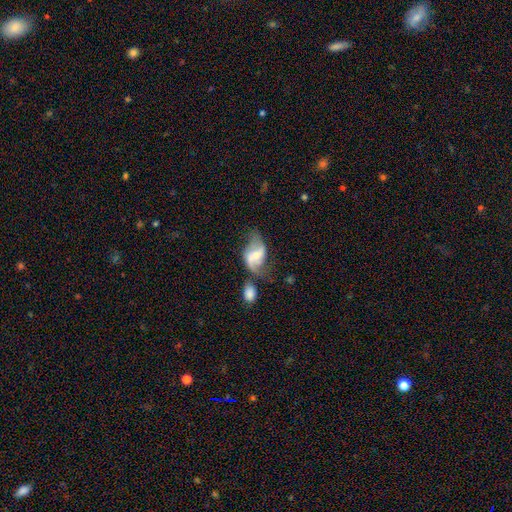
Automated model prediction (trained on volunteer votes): Q: Smooth or featured?
A: featured or disk (77%); runner-up: smooth (17%)
Q: Edge-on disk?
A: no (96%); runner-up: yes (4%)
Q: Bar?
A: weak (43%); runner-up: strong (29%)
Q: Spiral arms?
A: yes (90%); runner-up: no (10%)
Q: Spiral winding?
A: loose (73%); runner-up: medium (22%)
Q: Spiral arm count?
A: 2 (89%); runner-up: can't tell (4%)
Q: Bulge size?
A: small (46%); runner-up: moderate (43%)
Q: Merging?
A: none (44%); runner-up: minor disturbance (22%)